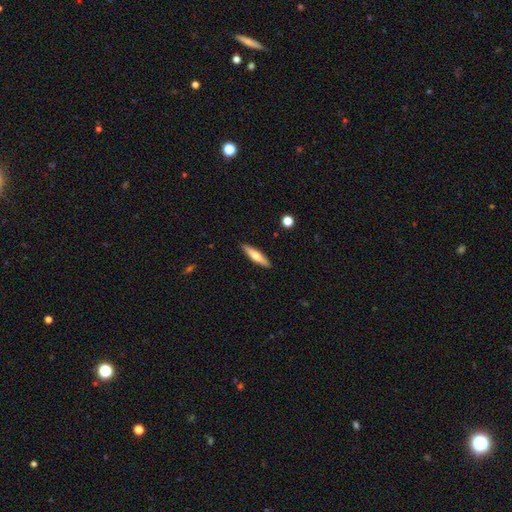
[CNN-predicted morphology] Smooth or featured: smooth — 53% (featured or disk — 42%)
How rounded: cigar-shaped — 78% (in between — 20%)
Merging: none — 90% (minor disturbance — 7%)